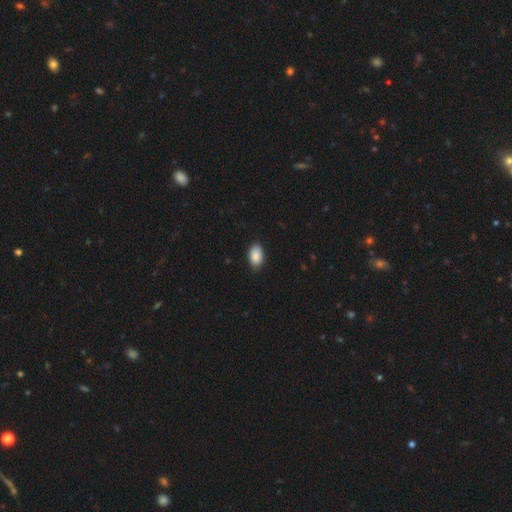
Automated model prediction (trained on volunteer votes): Smooth or featured? smooth (89%)
How rounded? in between (91%)
Merging? none (85%)